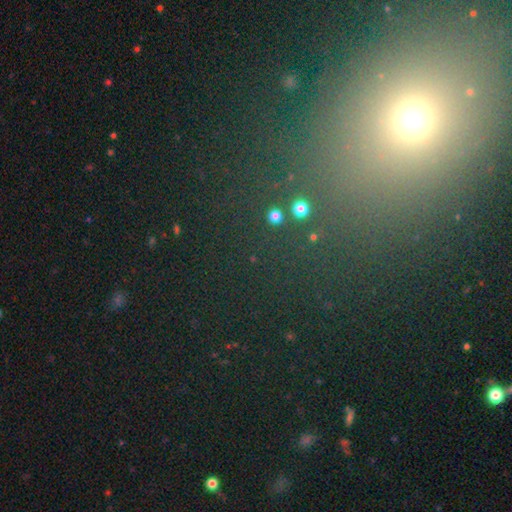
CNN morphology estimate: star or artifact 53%, smooth 37%, featured or disk 10%.